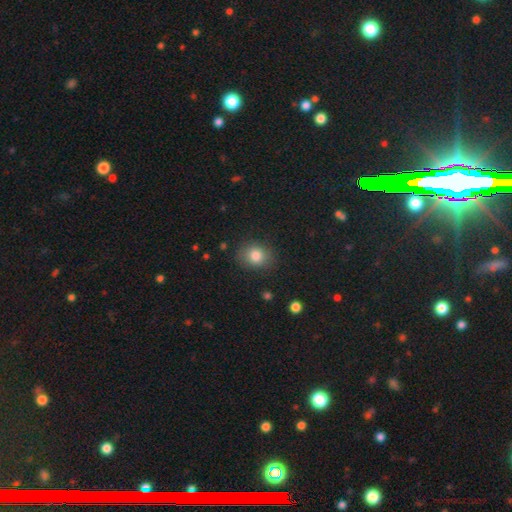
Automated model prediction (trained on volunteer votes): smooth 82%, star or artifact 10%, featured or disk 8%. Down the decision tree: how rounded — round (60%); merging — none (82%).